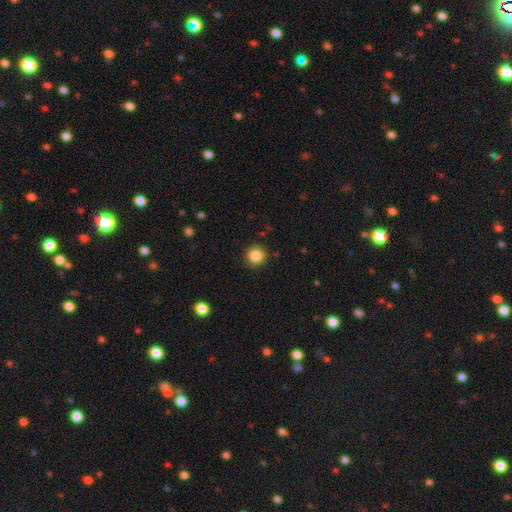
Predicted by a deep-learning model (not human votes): A smooth galaxy with no disk features (84%) that is round (95%). Merging: none (92%).